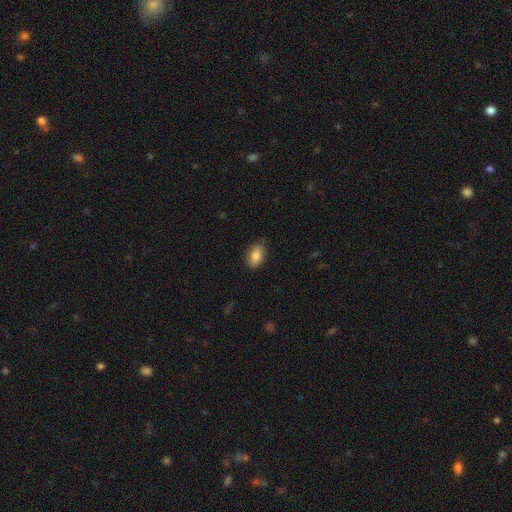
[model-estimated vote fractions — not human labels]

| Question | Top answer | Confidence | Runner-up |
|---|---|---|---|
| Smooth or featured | smooth | 82% | featured or disk (11%) |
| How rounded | in between | 90% | round (8%) |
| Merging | none | 83% | minor disturbance (14%) |